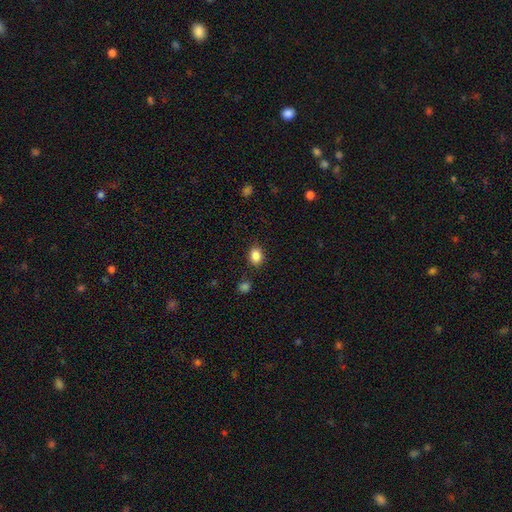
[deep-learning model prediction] This is clearly a smooth galaxy (86%). How rounded: possibly in between (59%). Merging: clearly none (86%).